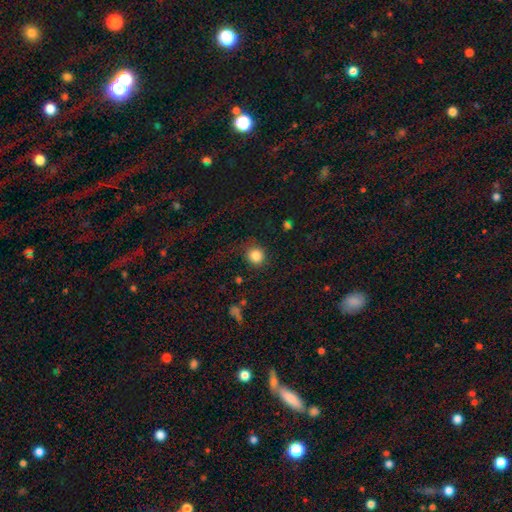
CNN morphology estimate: This is clearly a smooth galaxy (86%). How rounded: clearly round (91%). Merging: clearly none (82%).